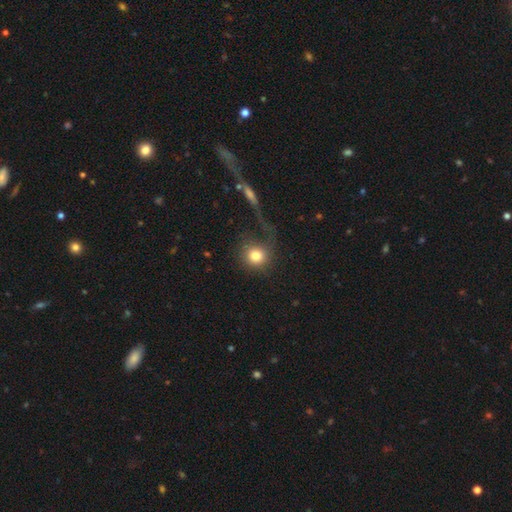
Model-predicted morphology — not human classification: A smooth galaxy with no disk features (79%) that is round (90%). Merging: none (48%).